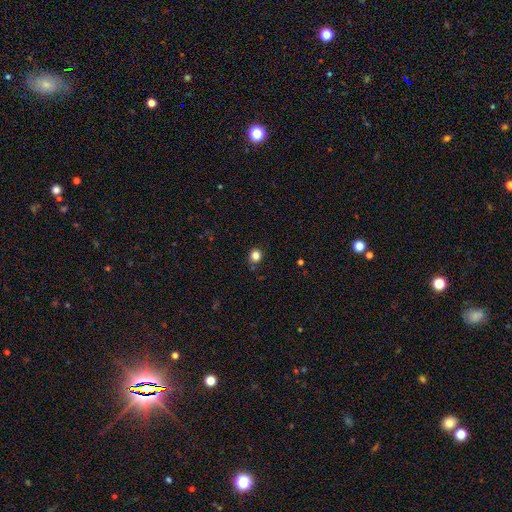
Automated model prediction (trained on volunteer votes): smooth_or_featured: smooth (p=0.82) [alt: star or artifact p=0.13]
how_rounded: round (p=0.82) [alt: in between p=0.17]
merging: none (p=0.85) [alt: minor disturbance p=0.11]